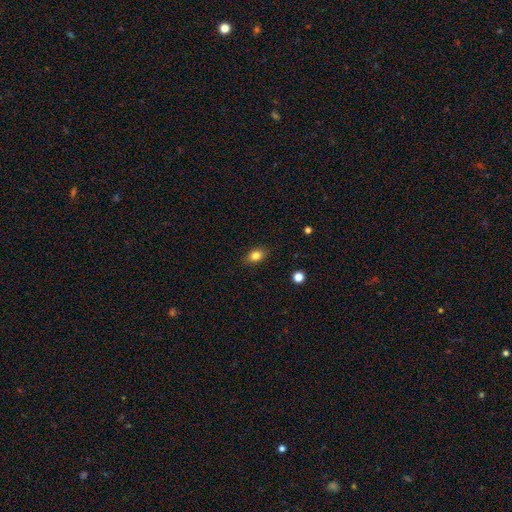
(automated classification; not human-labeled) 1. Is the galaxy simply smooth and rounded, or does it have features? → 83% smooth, 10% star or artifact, 7% featured or disk.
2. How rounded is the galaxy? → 79% in between, 19% round, 2% cigar-shaped.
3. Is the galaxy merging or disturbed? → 87% none, 10% minor disturbance, 2% major disturbance, 1% merger.